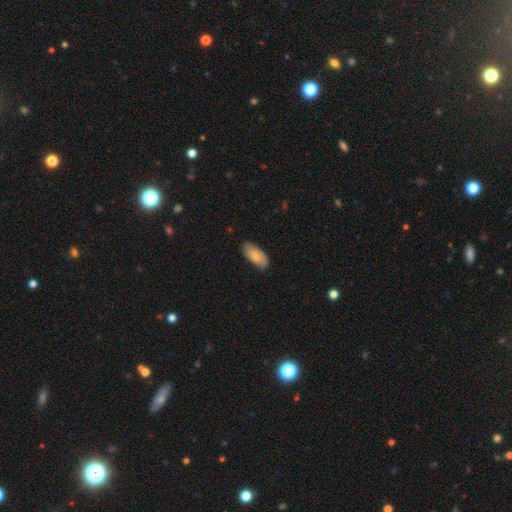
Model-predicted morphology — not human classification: The model was most divided on "merging": none: 74%, minor disturbance: 22%, major disturbance: 3%, merger: 1%. More confident: how rounded — in between (91%); smooth or featured — smooth (81%).